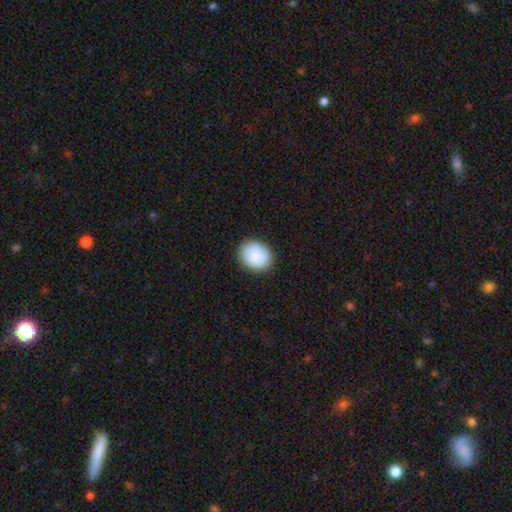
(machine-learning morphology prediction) The model was most divided on "how rounded": round: 56%, in between: 43%, cigar-shaped: 1%. More confident: smooth or featured — smooth (89%); merging — none (88%).